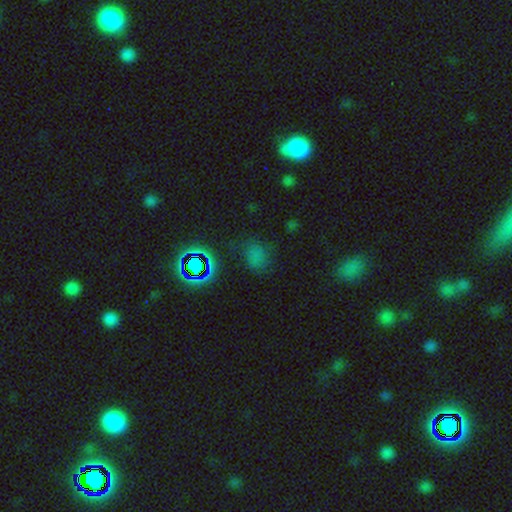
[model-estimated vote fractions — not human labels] A smooth galaxy with no disk features (53%) that is round (61%). Merging: none (71%).